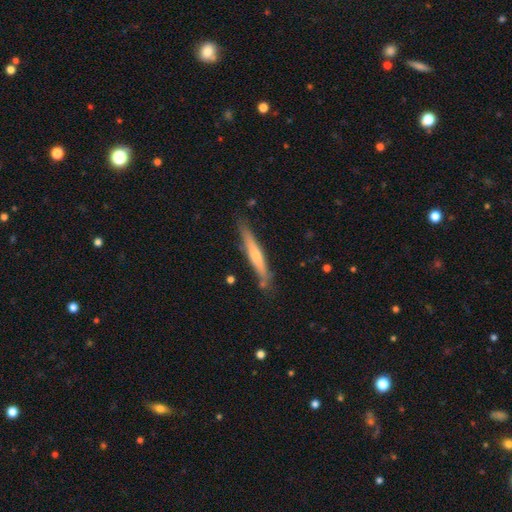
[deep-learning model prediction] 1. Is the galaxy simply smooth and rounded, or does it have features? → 53% smooth, 41% featured or disk, 5% star or artifact.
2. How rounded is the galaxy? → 94% cigar-shaped, 4% in between, 1% round.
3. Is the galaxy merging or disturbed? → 80% none, 15% minor disturbance, 3% merger, 3% major disturbance.